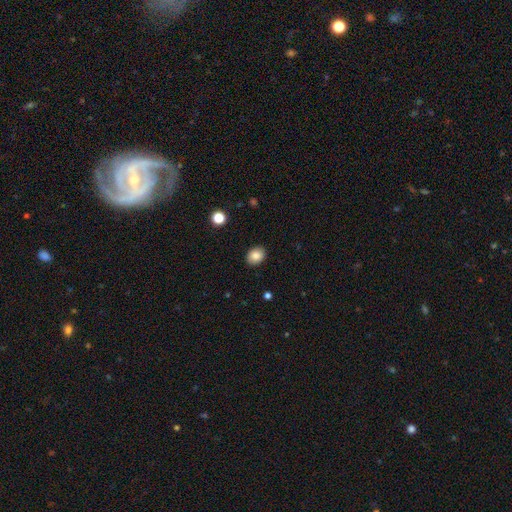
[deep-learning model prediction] smooth 86%, star or artifact 9%, featured or disk 6%. Down the decision tree: how rounded — in between (57%); merging — none (90%).